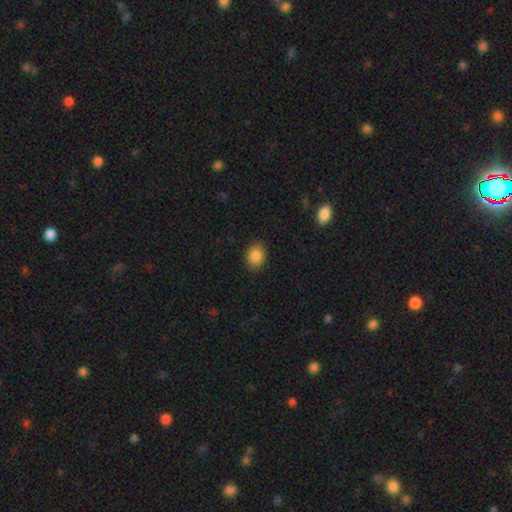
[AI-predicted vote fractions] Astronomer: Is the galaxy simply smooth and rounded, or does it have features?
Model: smooth — 87%.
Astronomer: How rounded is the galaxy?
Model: in between — 67%.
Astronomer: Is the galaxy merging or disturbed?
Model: none — 88%.